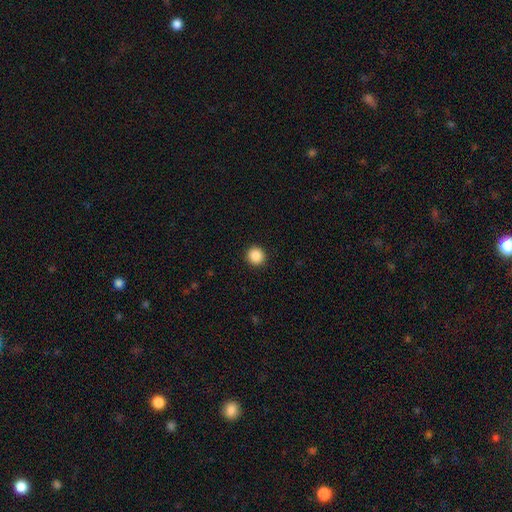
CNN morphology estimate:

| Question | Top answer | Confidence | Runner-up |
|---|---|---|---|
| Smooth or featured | smooth | 88% | star or artifact (9%) |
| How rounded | round | 94% | in between (5%) |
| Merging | none | 93% | minor disturbance (4%) |